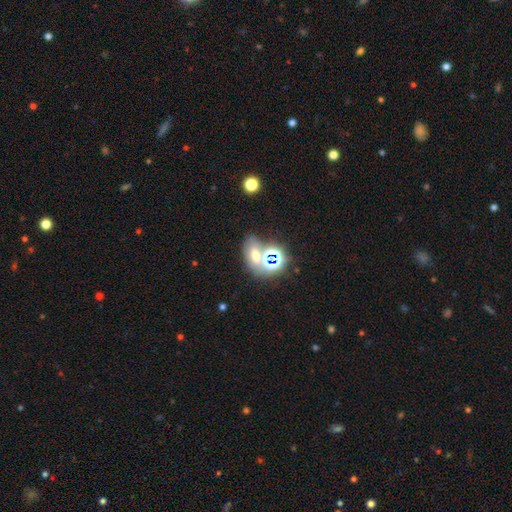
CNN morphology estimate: smooth 47%, star or artifact 36%, featured or disk 17%. Down the decision tree: merging — none (51%).